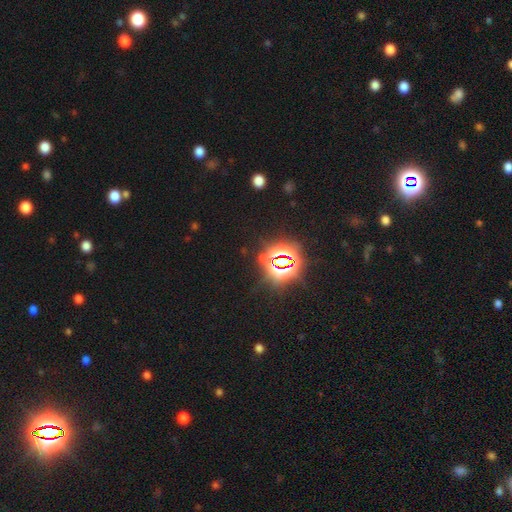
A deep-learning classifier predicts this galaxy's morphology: type=star or artifact (81%).